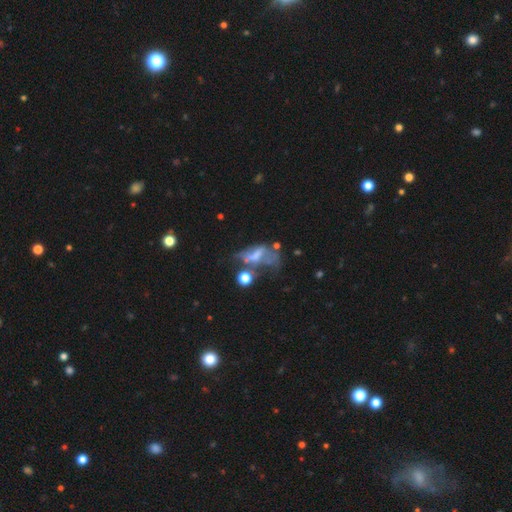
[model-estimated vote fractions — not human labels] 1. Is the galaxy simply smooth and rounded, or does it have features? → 50% featured or disk, 33% smooth, 17% star or artifact.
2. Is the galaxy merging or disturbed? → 41% major disturbance, 23% merger, 20% none, 16% minor disturbance.